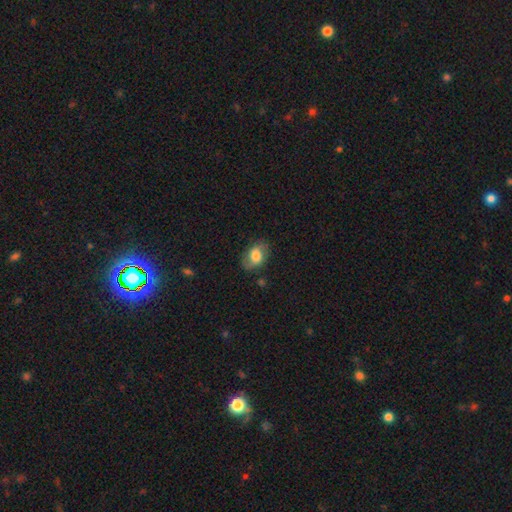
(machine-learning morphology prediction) smooth 63%, featured or disk 29%, star or artifact 8%. Down the decision tree: how rounded — in between (81%); merging — none (71%).